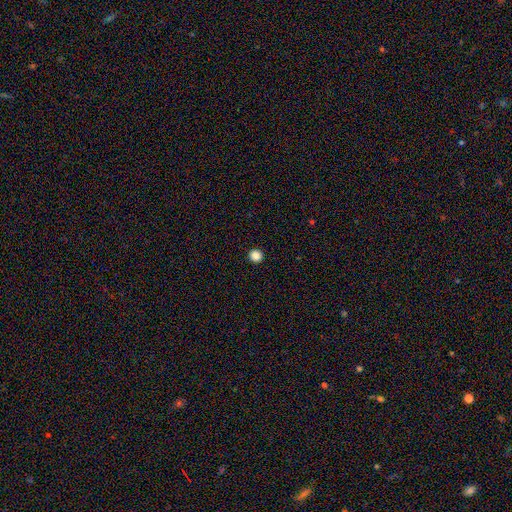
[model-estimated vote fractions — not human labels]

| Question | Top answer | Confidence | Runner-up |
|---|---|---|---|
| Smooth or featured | smooth | 86% | star or artifact (11%) |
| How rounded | round | 94% | in between (5%) |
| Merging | none | 94% | minor disturbance (4%) |